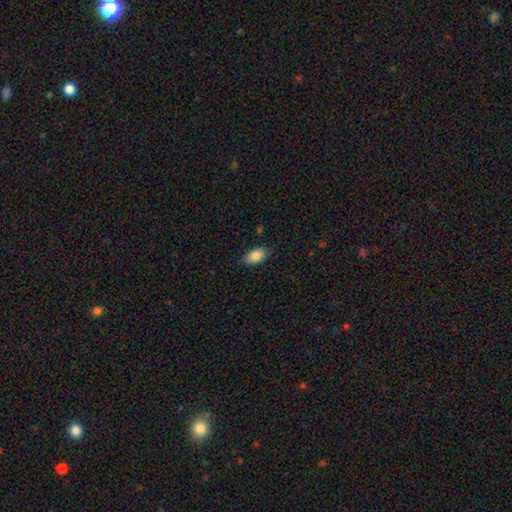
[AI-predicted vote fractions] This is clearly a smooth galaxy (86%). How rounded: clearly in between (91%). Merging: clearly none (82%).